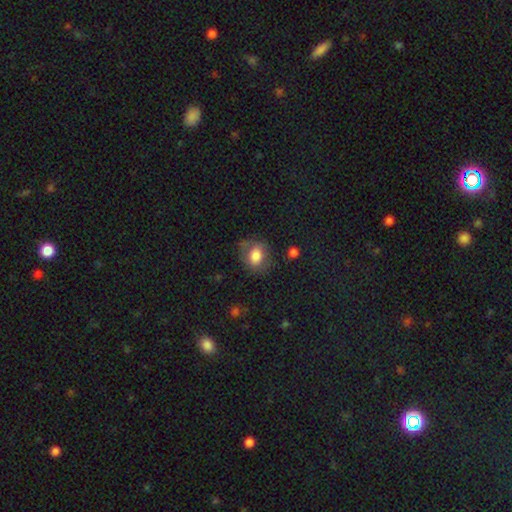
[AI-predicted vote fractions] A smooth galaxy with no disk features (76%) that is round (51%). Merging: none (59%).